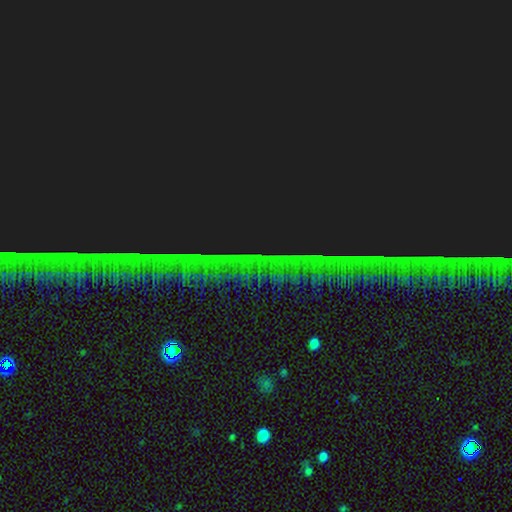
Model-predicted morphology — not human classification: star or artifact 86%, featured or disk 7%, smooth 7%.